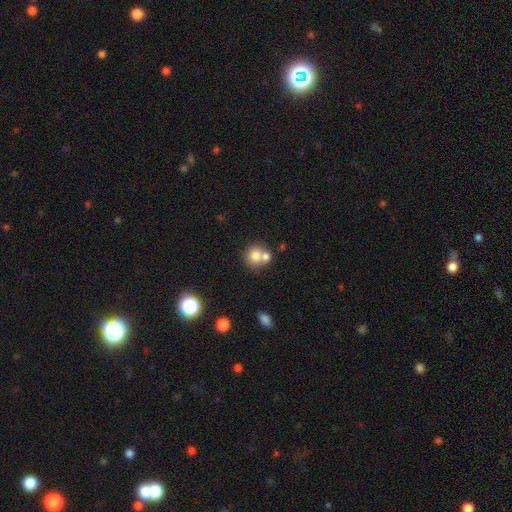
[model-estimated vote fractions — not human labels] smooth-or-featured: smooth: 74% | featured or disk: 16% | star or artifact: 10%
  how-rounded: round: 84% | in between: 16% | cigar-shaped: 1%
  merging: merger: 47% | none: 42% | minor disturbance: 8% | major disturbance: 3%